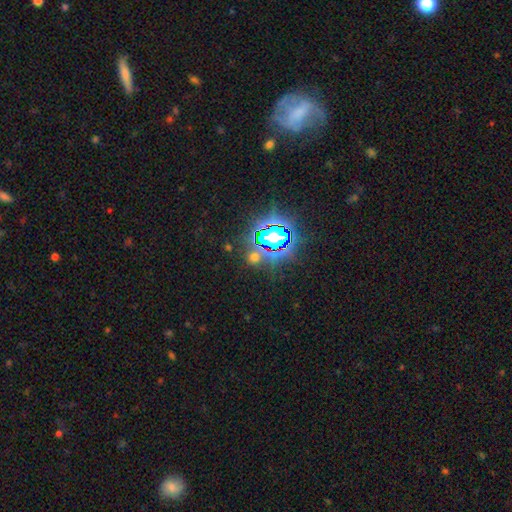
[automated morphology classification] star or artifact 75%, smooth 16%, featured or disk 9%.